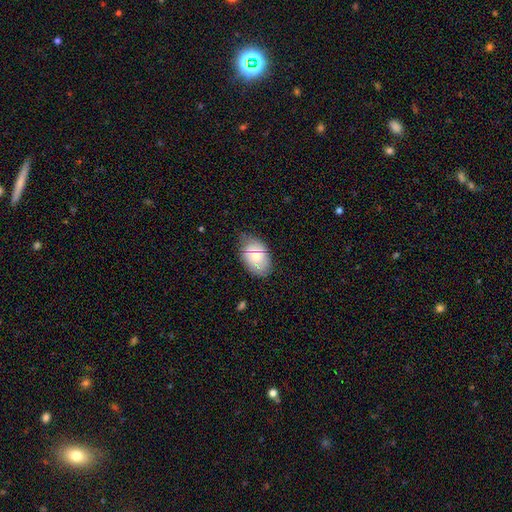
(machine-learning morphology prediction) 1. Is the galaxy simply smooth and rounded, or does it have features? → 60% smooth, 33% featured or disk, 7% star or artifact.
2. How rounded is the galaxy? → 86% in between, 13% round, 1% cigar-shaped.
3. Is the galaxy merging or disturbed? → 69% none, 24% minor disturbance, 5% major disturbance, 1% merger.